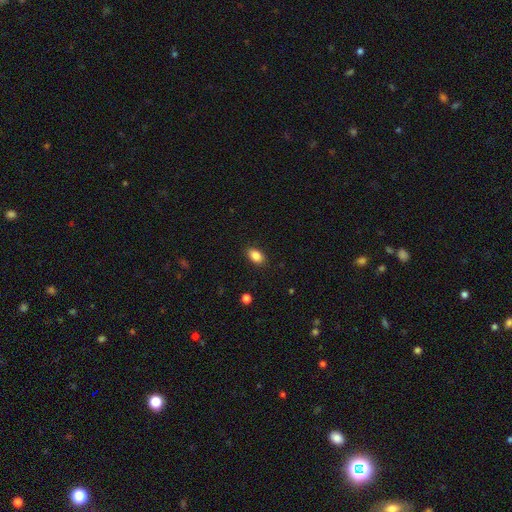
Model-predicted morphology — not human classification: Q: Smooth or featured?
A: smooth (86%); runner-up: star or artifact (9%)
Q: How rounded?
A: in between (87%); runner-up: round (11%)
Q: Merging?
A: none (88%); runner-up: minor disturbance (9%)